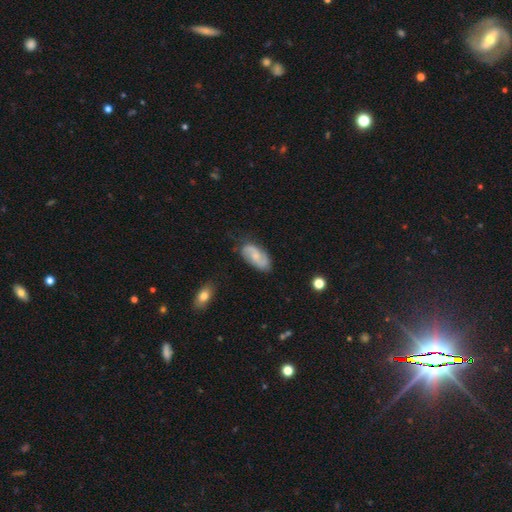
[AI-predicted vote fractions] A featured or disk galaxy (63%) with no bar (55%), 2 (84%) medium (45%) spiral arms (92%) and a small central bulge (49%).

Vote fractions:
- Smooth or featured? featured or disk: 63% / smooth: 30% / star or artifact: 6%
- Edge-on disk? no: 96% / yes: 4%
- Bar? no: 55% / weak: 39% / strong: 6%
- Spiral arms? yes: 92% / no: 8%
- Spiral winding? medium: 45% / loose: 32% / tight: 23%
- Spiral arm count? 2: 84% / can't tell: 9% / 1: 2% / 3: 2% / 4: 1% / more than 4: 1%
- Bulge size? small: 49% / moderate: 32% / none: 16% / large: 2% / dominant: 1%
- Merging? none: 75% / minor disturbance: 19% / major disturbance: 5% / merger: 2%